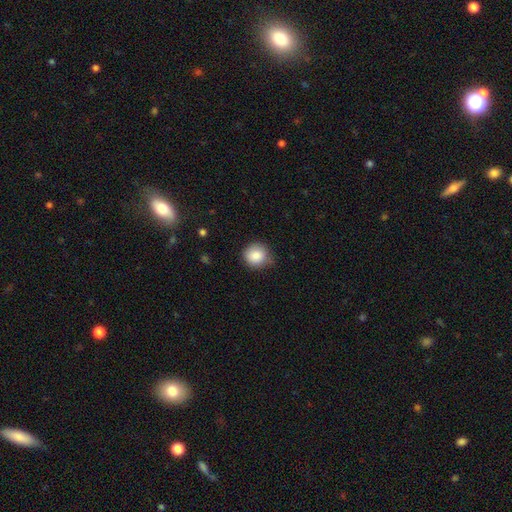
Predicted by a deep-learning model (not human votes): Smooth or featured? smooth (86%)
How rounded? round (87%)
Merging? none (72%)